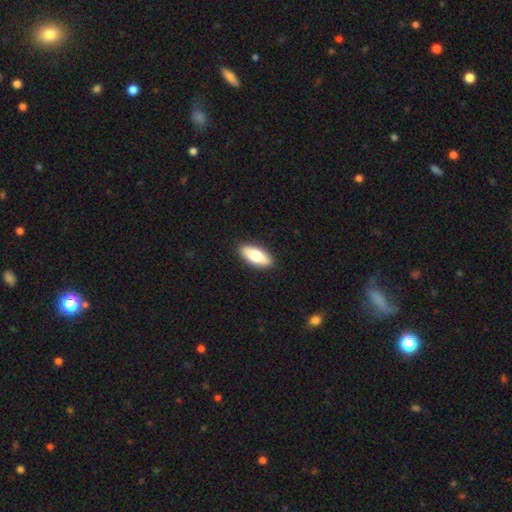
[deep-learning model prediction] Overall: smooth (71%). How rounded: in between (75%). Merging: none (91%).